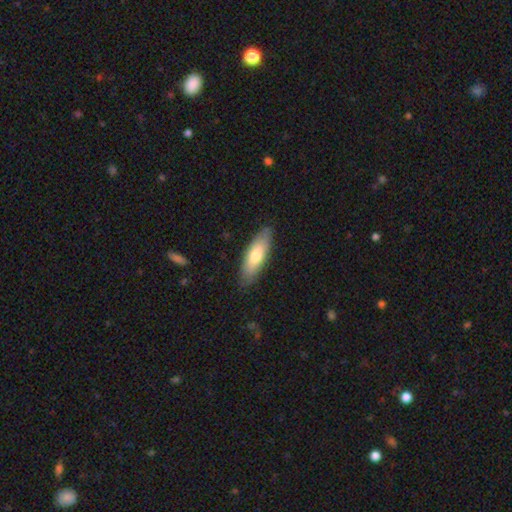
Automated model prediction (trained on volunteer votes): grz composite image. It shows a smooth galaxy with no disk features (69%) that is in between round and cigar-shaped (56%). Merging: none (86%).